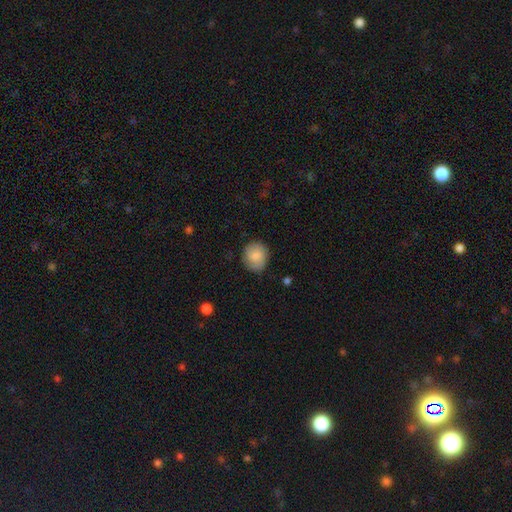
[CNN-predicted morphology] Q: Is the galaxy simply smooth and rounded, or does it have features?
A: smooth — 80%.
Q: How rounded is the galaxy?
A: round — 81%.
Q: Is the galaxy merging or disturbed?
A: none — 79%.